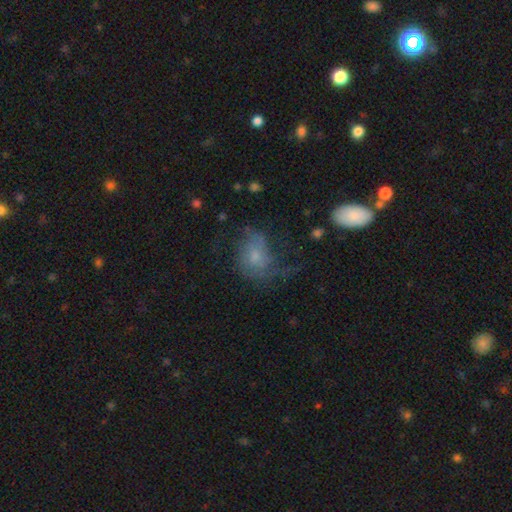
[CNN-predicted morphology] smooth_or_featured: featured or disk (p=0.47) [alt: smooth p=0.41]
merging: major disturbance (p=0.40) [alt: none p=0.34]